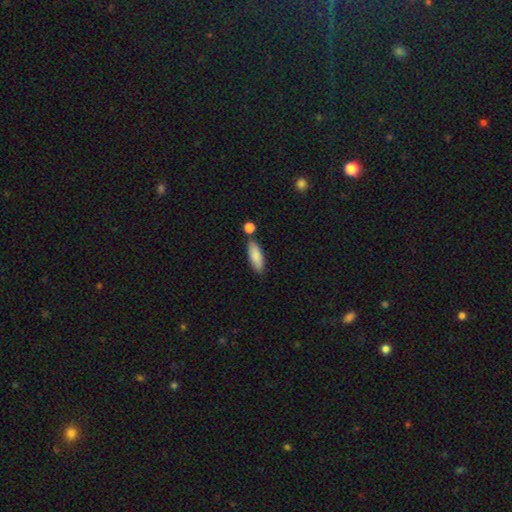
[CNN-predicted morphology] Smooth or featured? Predicted: smooth (p=0.85). How rounded? Predicted: in between (p=0.63). Merging? Predicted: none (p=0.71).